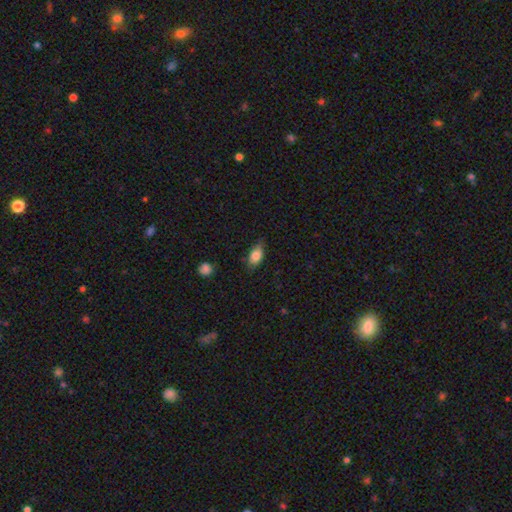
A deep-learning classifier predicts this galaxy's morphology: Smooth or featured?
  - smooth: 80% *
  - featured or disk: 12%
  - star or artifact: 8%
How rounded?
  - in between: 86% *
  - cigar-shaped: 8%
  - round: 6%
Merging?
  - none: 74% *
  - minor disturbance: 20%
  - major disturbance: 4%
  - merger: 1%